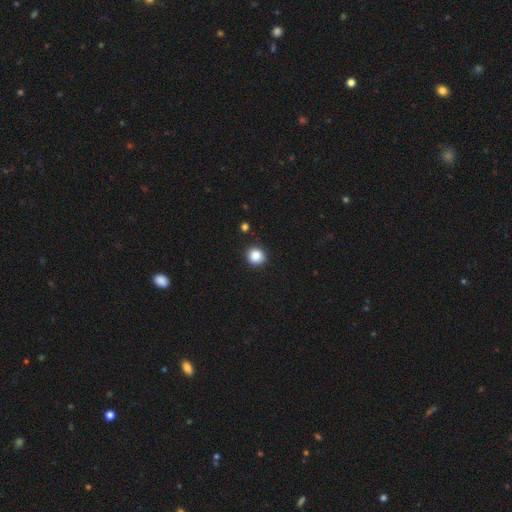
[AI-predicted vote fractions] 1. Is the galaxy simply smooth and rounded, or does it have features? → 87% smooth, 10% star or artifact, 3% featured or disk.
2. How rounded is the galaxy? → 90% round, 9% in between, 1% cigar-shaped.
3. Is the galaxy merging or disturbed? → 89% none, 7% minor disturbance, 2% major disturbance, 2% merger.